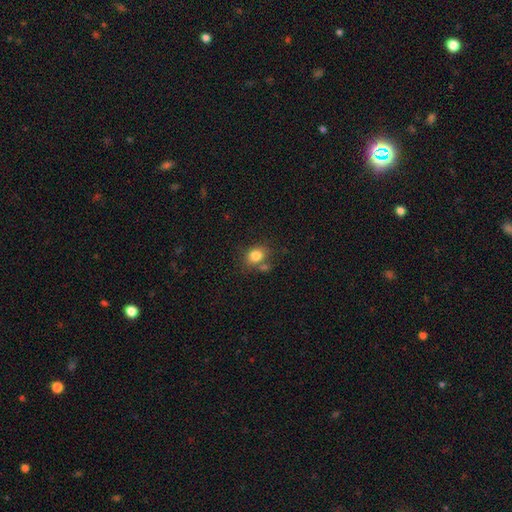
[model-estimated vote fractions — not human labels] This appears to be a smooth galaxy with no disk features (81%) that is round (54%). Merging: none (62%).